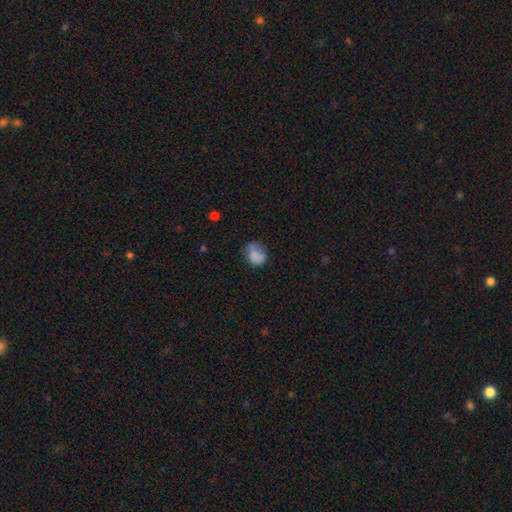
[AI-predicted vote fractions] smooth_or_featured: smooth (p=0.79) [alt: featured or disk p=0.11]
how_rounded: round (p=0.53) [alt: in between p=0.46]
merging: none (p=0.50) [alt: minor disturbance p=0.32]